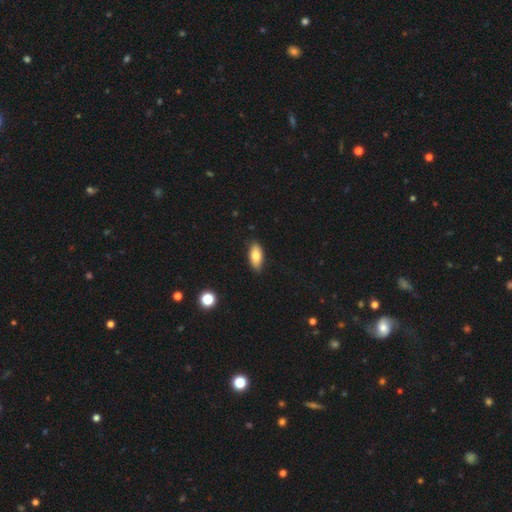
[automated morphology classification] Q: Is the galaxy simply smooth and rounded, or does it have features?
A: smooth — 79%.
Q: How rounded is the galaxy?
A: in between — 87%.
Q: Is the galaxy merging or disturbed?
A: none — 86%.